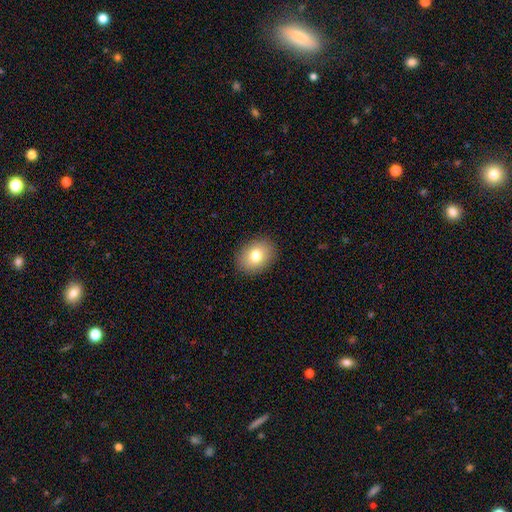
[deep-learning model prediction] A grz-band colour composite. It shows a smooth galaxy with no disk features (78%) that is in between round and cigar-shaped (60%). Merging: none (90%).